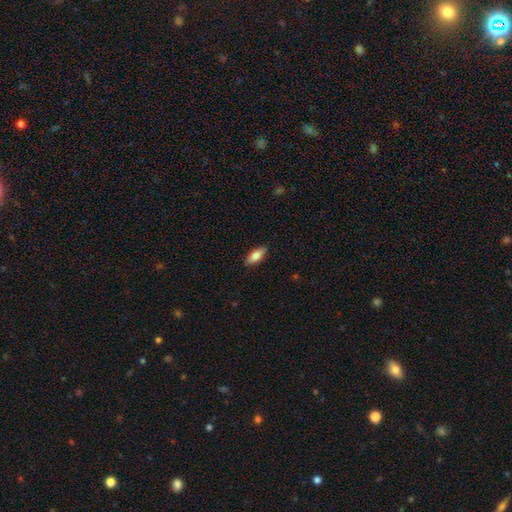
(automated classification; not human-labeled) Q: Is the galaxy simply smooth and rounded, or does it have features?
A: smooth — 76%.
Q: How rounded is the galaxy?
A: in between — 77%.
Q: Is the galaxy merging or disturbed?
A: none — 87%.